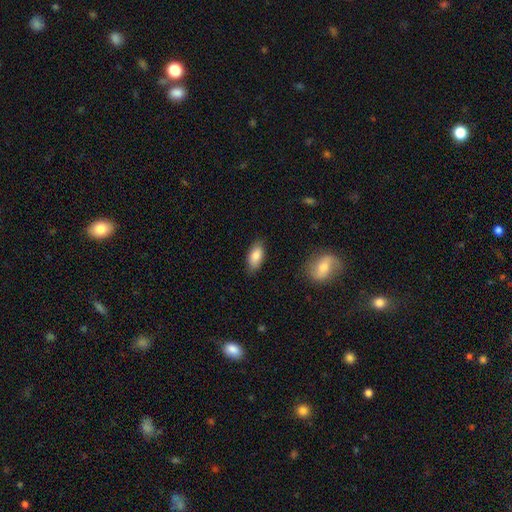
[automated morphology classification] The model was most divided on "merging": none: 83%, minor disturbance: 13%, major disturbance: 2%, merger: 2%. More confident: how rounded — in between (90%); smooth or featured — smooth (82%).